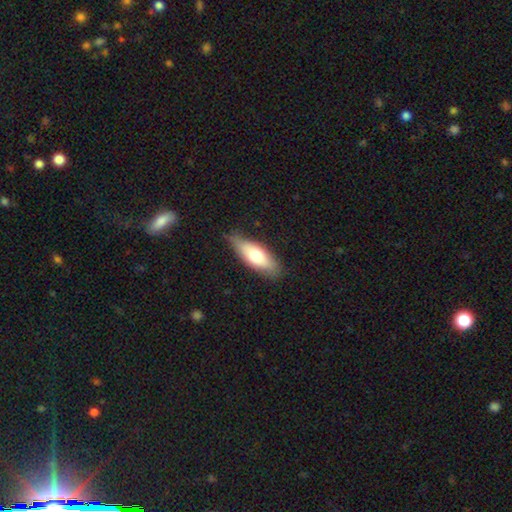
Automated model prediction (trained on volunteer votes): Smooth or featured: smooth — 67% (featured or disk — 27%)
How rounded: in between — 70% (cigar-shaped — 28%)
Merging: none — 74% (minor disturbance — 21%)